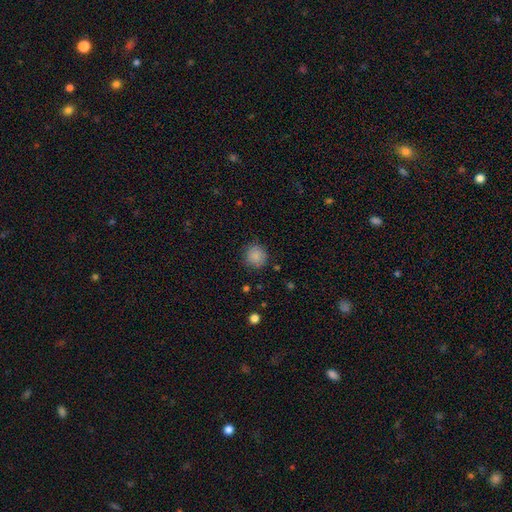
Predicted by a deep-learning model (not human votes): Smooth or featured: smooth — 85% (star or artifact — 9%)
How rounded: round — 91% (in between — 8%)
Merging: none — 84% (minor disturbance — 12%)